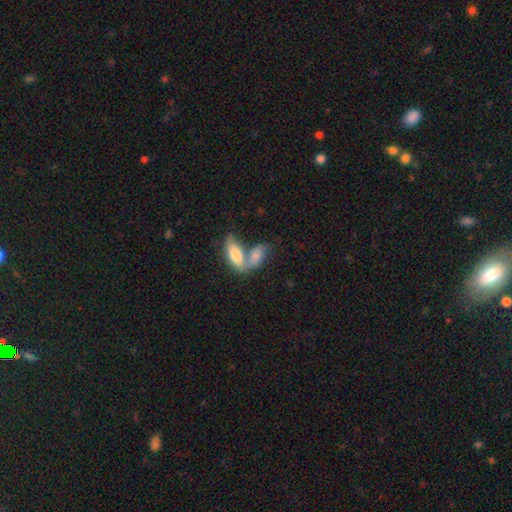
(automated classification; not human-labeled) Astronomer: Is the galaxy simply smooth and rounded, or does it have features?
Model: smooth — 73%.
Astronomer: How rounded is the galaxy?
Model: in between — 84%.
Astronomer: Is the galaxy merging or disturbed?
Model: merger — 71%.